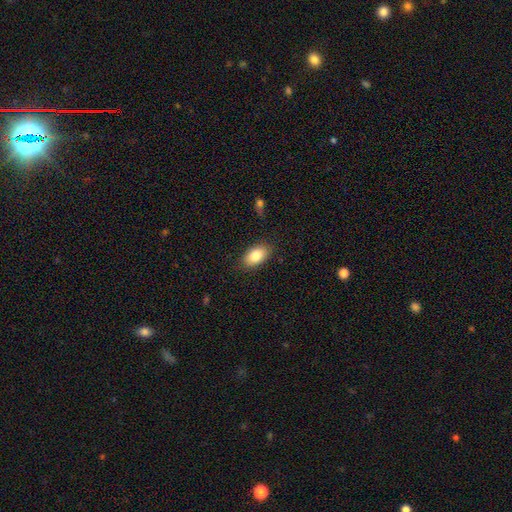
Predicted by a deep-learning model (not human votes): Smooth or featured?
  - smooth: 83% *
  - featured or disk: 10%
  - star or artifact: 7%
How rounded?
  - in between: 92% *
  - round: 7%
  - cigar-shaped: 2%
Merging?
  - none: 86% *
  - minor disturbance: 10%
  - major disturbance: 3%
  - merger: 1%